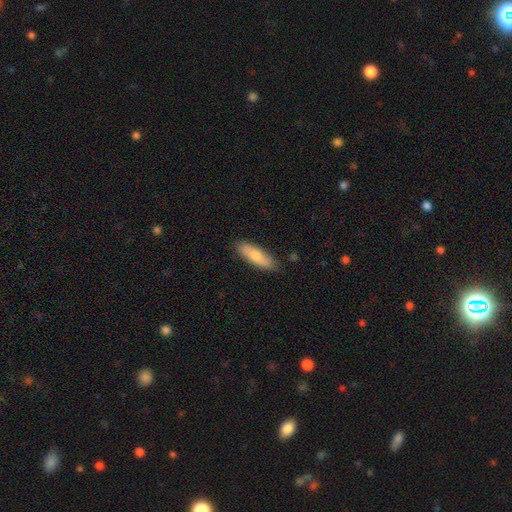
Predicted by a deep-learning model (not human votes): Smooth or featured?
  - smooth: 75% *
  - featured or disk: 19%
  - star or artifact: 5%
How rounded?
  - cigar-shaped: 54% *
  - in between: 44%
  - round: 2%
Merging?
  - none: 85% *
  - minor disturbance: 12%
  - major disturbance: 2%
  - merger: 1%